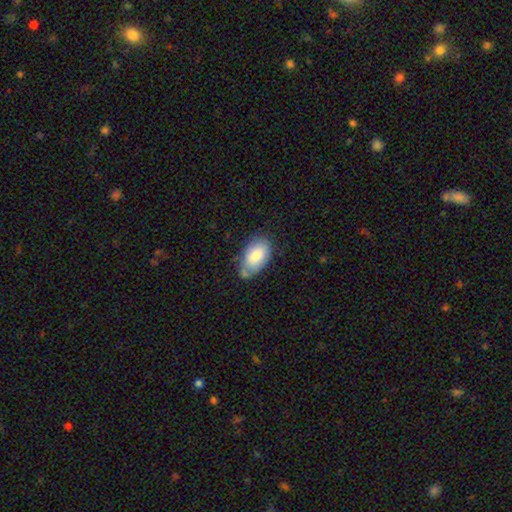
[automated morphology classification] Overall: smooth (81%). How rounded: in between (95%). Merging: none (61%; minor disturbance 28%).